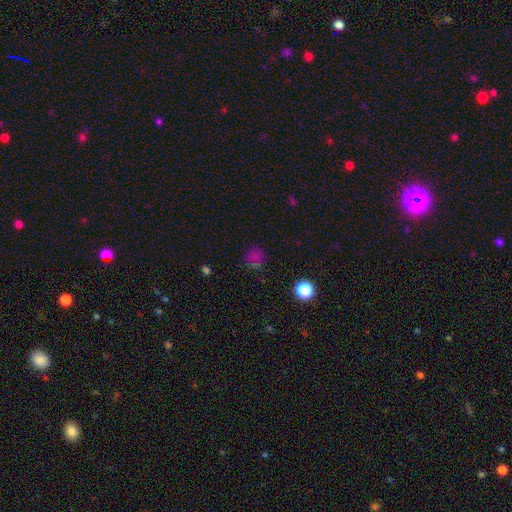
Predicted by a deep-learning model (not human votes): Q: Smooth or featured?
A: smooth (65%); runner-up: star or artifact (28%)
Q: How rounded?
A: round (85%); runner-up: in between (14%)
Q: Merging?
A: none (77%); runner-up: minor disturbance (14%)